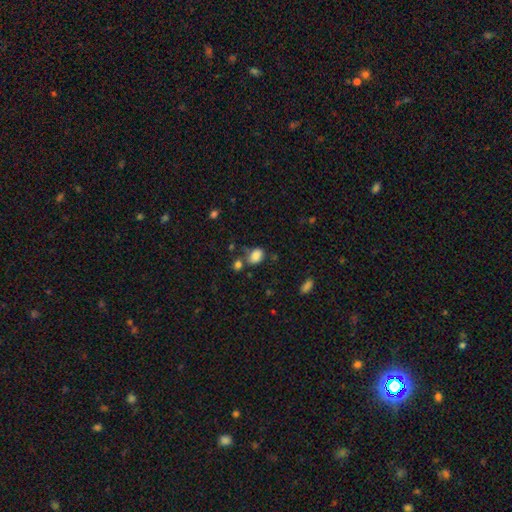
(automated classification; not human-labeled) smooth 83%, star or artifact 11%, featured or disk 6%. Down the decision tree: how rounded — in between (73%); merging — none (54%).